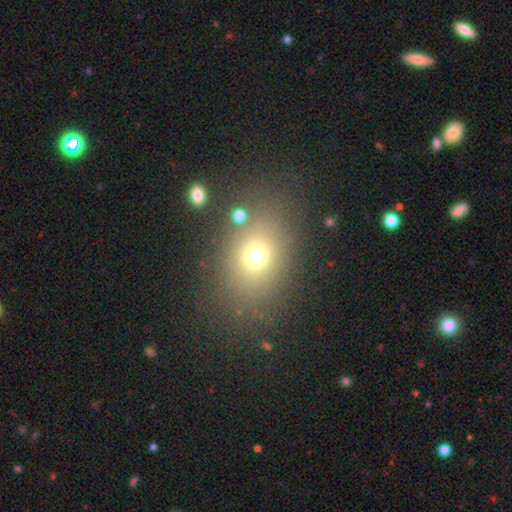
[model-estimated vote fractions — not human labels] Smooth or featured? smooth (70%)
How rounded? in between (58%)
Merging? none (79%)